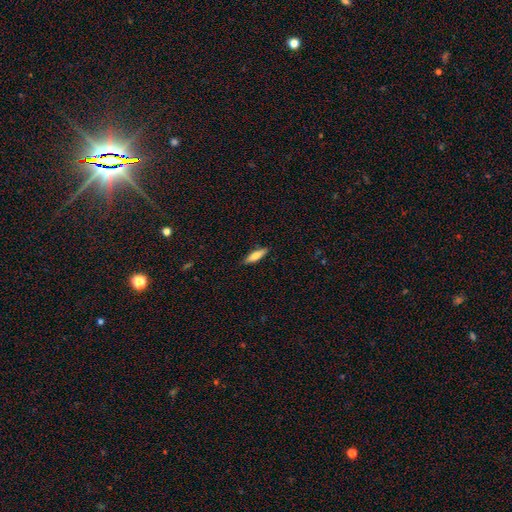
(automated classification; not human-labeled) smooth-or-featured: smooth: 72% | featured or disk: 22% | star or artifact: 6%
  how-rounded: cigar-shaped: 60% | in between: 38% | round: 2%
  merging: none: 88% | minor disturbance: 9% | major disturbance: 2% | merger: 1%